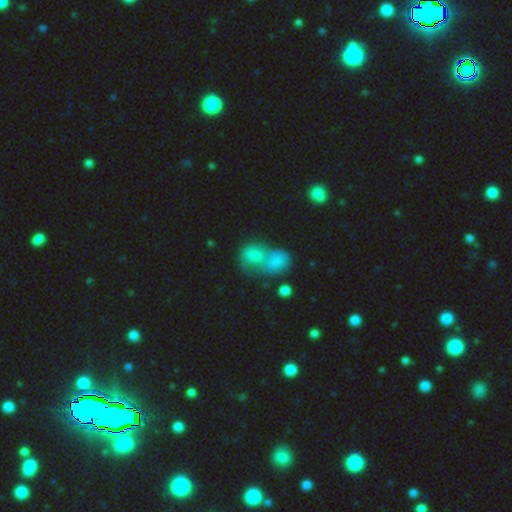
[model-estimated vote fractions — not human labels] Smooth or featured: smooth — 63% (star or artifact — 20%)
How rounded: in between — 58% (round — 40%)
Merging: merger — 68% (none — 19%)